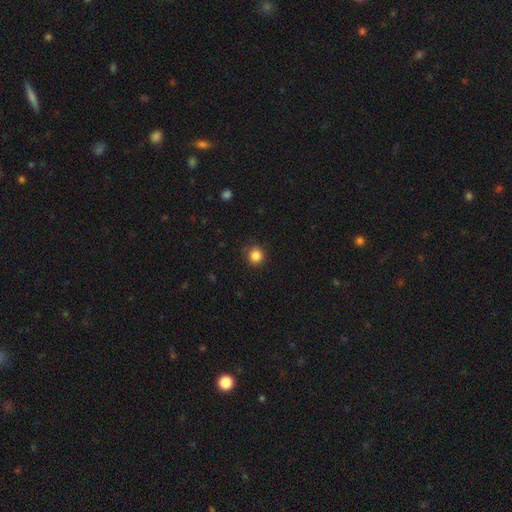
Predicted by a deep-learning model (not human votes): Smooth or featured? Predicted: smooth (p=0.85). How rounded? Predicted: round (p=0.92). Merging? Predicted: none (p=0.87).